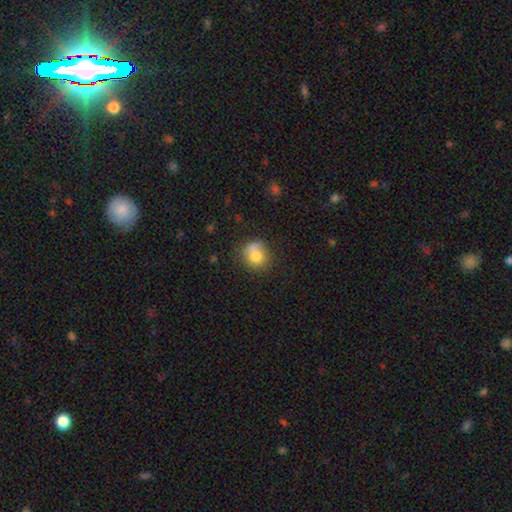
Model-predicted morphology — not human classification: Q: Smooth or featured?
A: smooth (76%); runner-up: featured or disk (14%)
Q: How rounded?
A: round (80%); runner-up: in between (19%)
Q: Merging?
A: none (52%); runner-up: merger (21%)